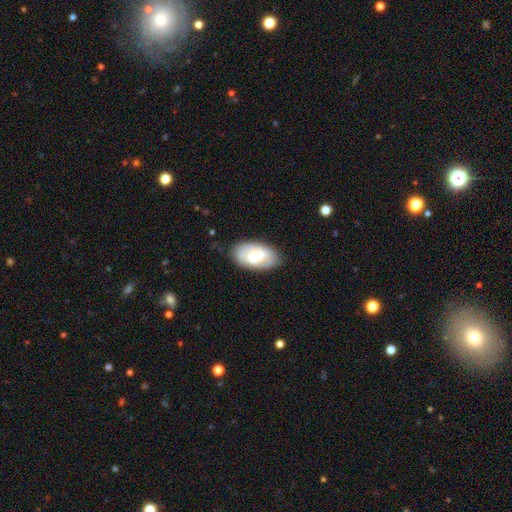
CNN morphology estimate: Overall: featured or disk (47%, tied with smooth). Merging: none (82%).